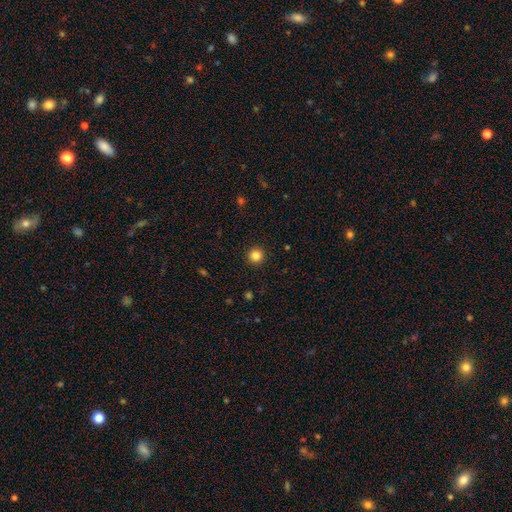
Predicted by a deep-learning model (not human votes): This is clearly a smooth galaxy (84%). How rounded: clearly round (96%). Merging: clearly none (93%).